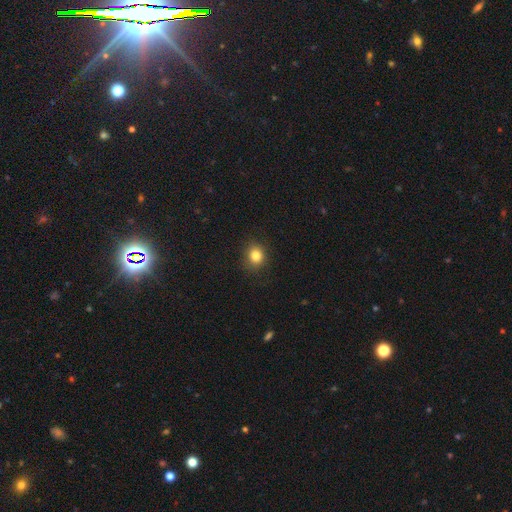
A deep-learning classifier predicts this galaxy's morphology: This appears to be a smooth galaxy with no disk features (83%) that is round (74%). Merging: none (87%).